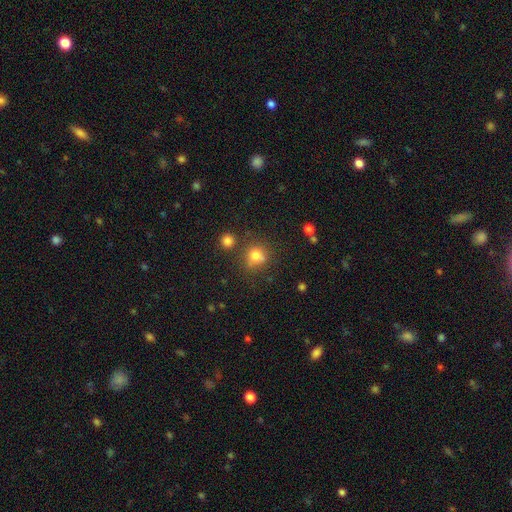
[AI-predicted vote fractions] Smooth or featured? smooth (75%)
How rounded? round (79%)
Merging? none (61%)